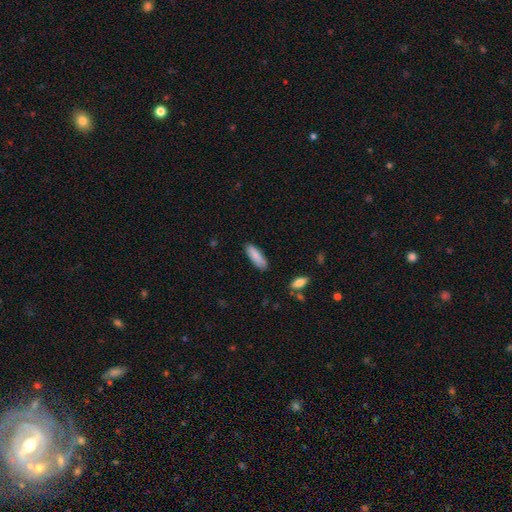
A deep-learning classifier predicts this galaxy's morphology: This is clearly a smooth galaxy (87%). How rounded: possibly in between (57%). Merging: clearly none (84%).